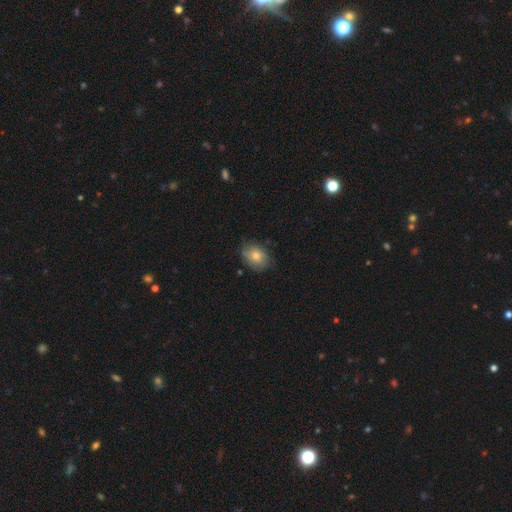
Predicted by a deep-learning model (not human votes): Smooth or featured? Predicted: smooth (p=0.72). How rounded? Predicted: in between (p=0.69). Merging? Predicted: none (p=0.74).